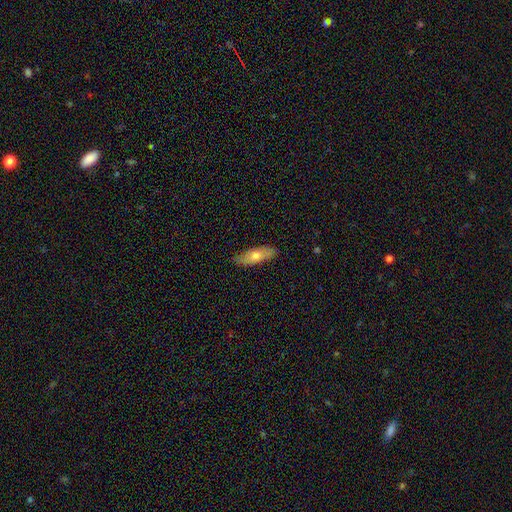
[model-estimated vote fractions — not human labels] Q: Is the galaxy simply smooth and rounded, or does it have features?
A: smooth — 62%.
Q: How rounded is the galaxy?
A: in between — 63%.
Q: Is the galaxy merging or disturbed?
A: none — 83%.